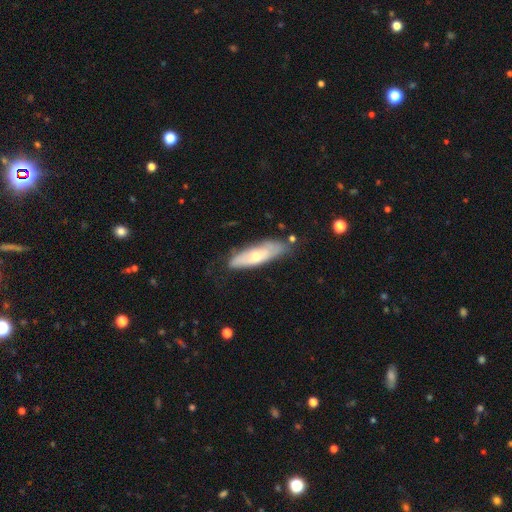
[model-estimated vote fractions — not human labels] Smooth or featured? smooth (49%)
Merging? none (69%)